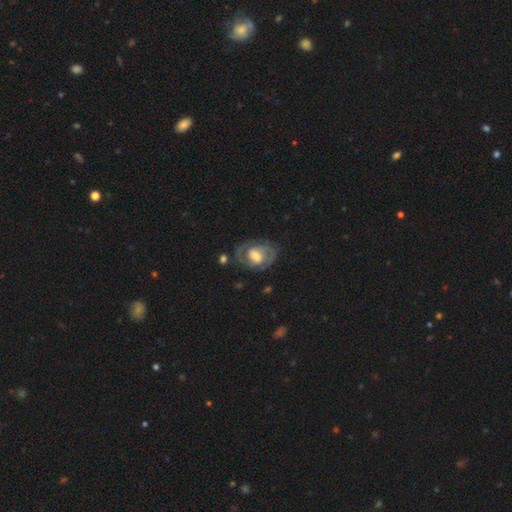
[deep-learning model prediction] This is likely a featured or disk galaxy (78%). It is clearly not viewed edge-on (97%). Bar: possibly weak (45%). Spiral arm pattern: clearly yes (87%). Spiral arm count: likely 2 (76%). Spiral winding: possibly tight (47%). Central bulge: possibly moderate (45%). Merging: likely none (71%).